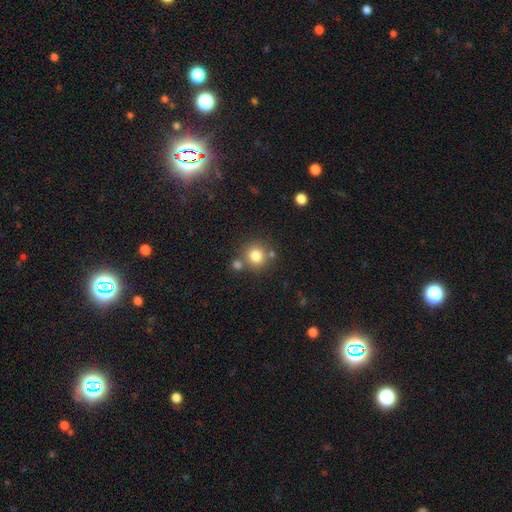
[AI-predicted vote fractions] Smooth or featured? smooth (80%)
How rounded? round (91%)
Merging? none (72%)